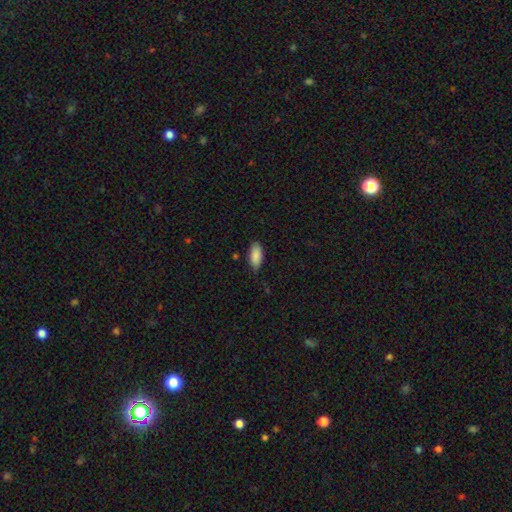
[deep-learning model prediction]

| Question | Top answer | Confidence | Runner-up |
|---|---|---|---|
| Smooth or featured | smooth | 88% | star or artifact (6%) |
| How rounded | in between | 89% | cigar-shaped (9%) |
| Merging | none | 77% | minor disturbance (19%) |